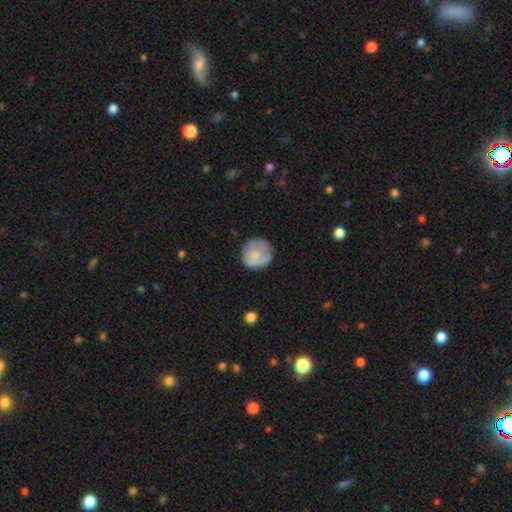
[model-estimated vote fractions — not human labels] A smooth galaxy with no disk features (67%) that is round (89%).

Vote fractions:
- Smooth or featured? smooth: 67% / featured or disk: 26% / star or artifact: 7%
- How rounded? round: 89% / in between: 10% / cigar-shaped: 1%
- Merging? none: 68% / minor disturbance: 22% / major disturbance: 8% / merger: 2%